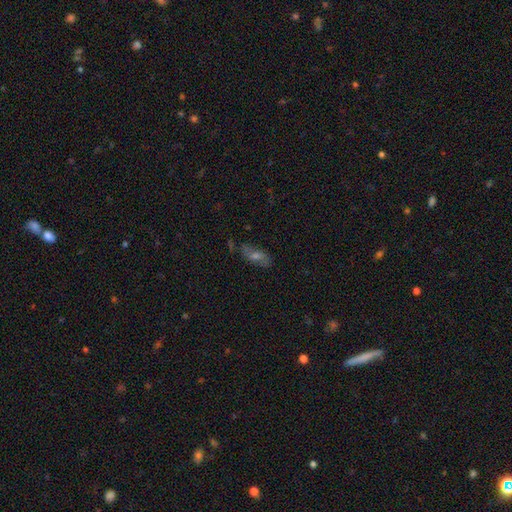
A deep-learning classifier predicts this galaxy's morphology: Q: Smooth or featured?
A: featured or disk (48%); runner-up: smooth (35%)
Q: Merging?
A: none (72%); runner-up: minor disturbance (18%)